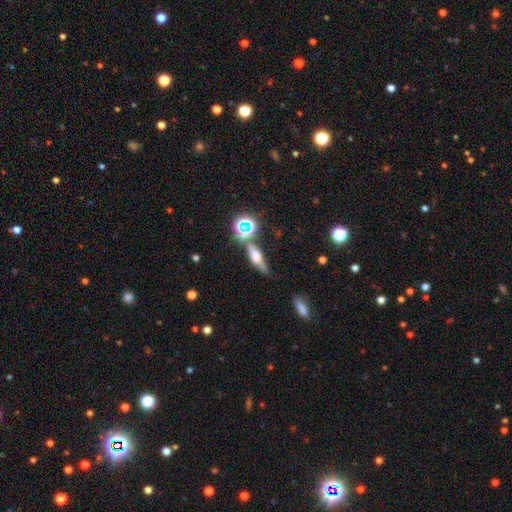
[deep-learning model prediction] Smooth or featured? Predicted: smooth (p=0.46). Merging? Predicted: none (p=0.64).